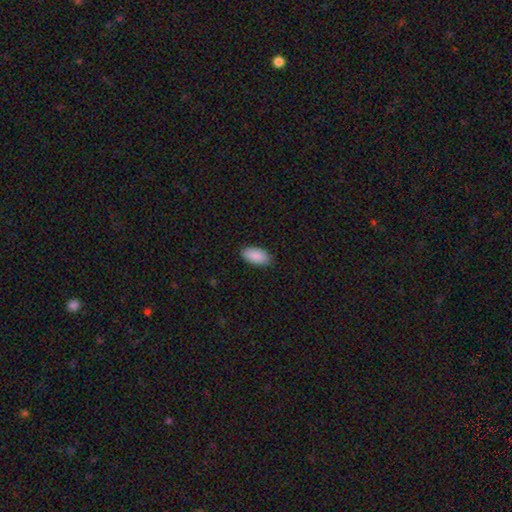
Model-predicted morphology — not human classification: This is clearly a smooth galaxy (90%). How rounded: clearly in between (95%). Merging: clearly none (87%).